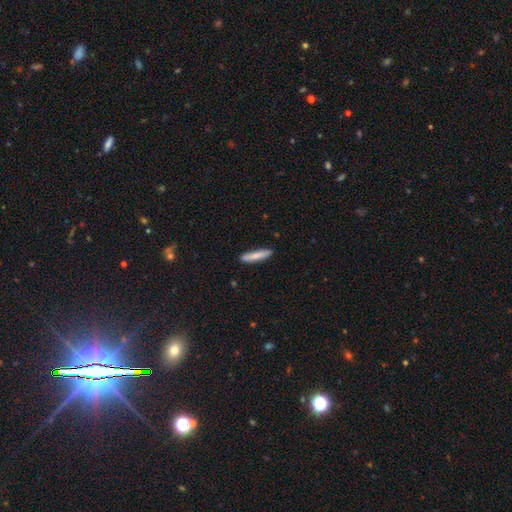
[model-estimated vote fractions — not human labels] Smooth or featured? Predicted: smooth (p=0.77). How rounded? Predicted: cigar-shaped (p=0.88). Merging? Predicted: none (p=0.88).